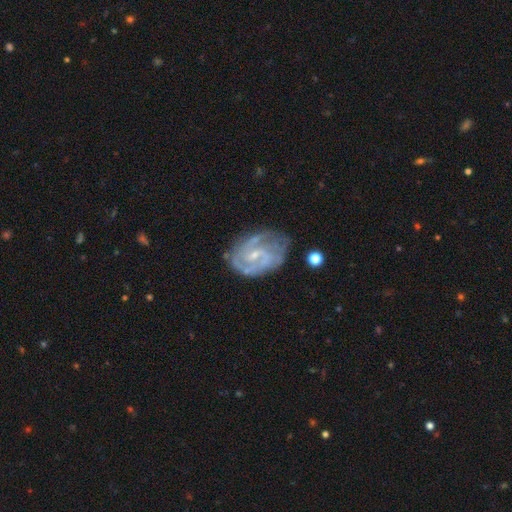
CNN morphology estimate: The model was most divided on "spiral winding": medium: 44%, tight: 43%, loose: 13%. More confident: edge-on disk — no (98%); spiral arms — yes (93%); smooth or featured — featured or disk (84%); bulge size — small (70%); merging — none (61%); spiral arm count — 2 (53%); bar — weak (51%).